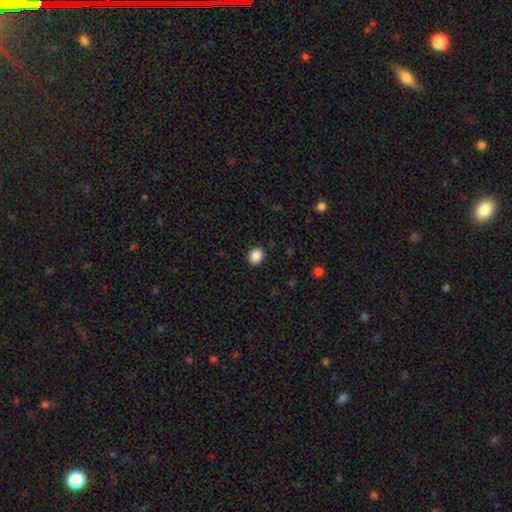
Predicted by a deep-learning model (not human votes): This is clearly a smooth galaxy (88%). How rounded: likely round (76%). Merging: clearly none (91%).